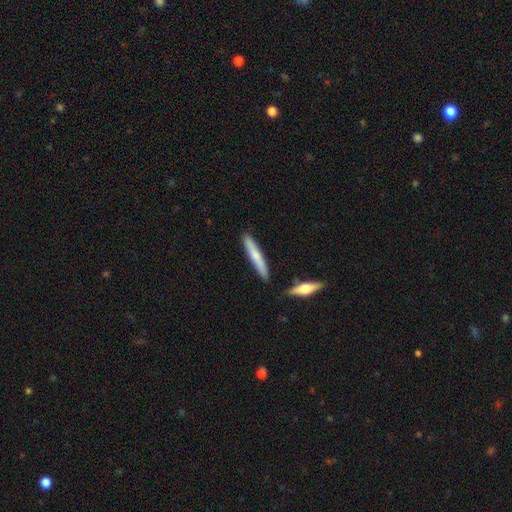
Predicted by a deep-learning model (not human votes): Smooth or featured?
  - smooth: 61% *
  - featured or disk: 33%
  - star or artifact: 5%
How rounded?
  - cigar-shaped: 93% *
  - in between: 6%
  - round: 1%
Merging?
  - none: 84% *
  - minor disturbance: 10%
  - merger: 5%
  - major disturbance: 2%